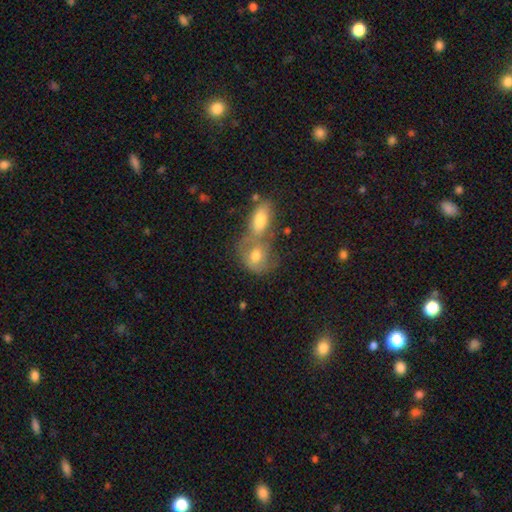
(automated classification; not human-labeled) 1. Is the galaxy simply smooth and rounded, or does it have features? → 66% smooth, 25% featured or disk, 9% star or artifact.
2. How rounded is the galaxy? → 57% in between, 40% round, 3% cigar-shaped.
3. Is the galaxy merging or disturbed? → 58% merger, 27% none, 10% minor disturbance, 5% major disturbance.